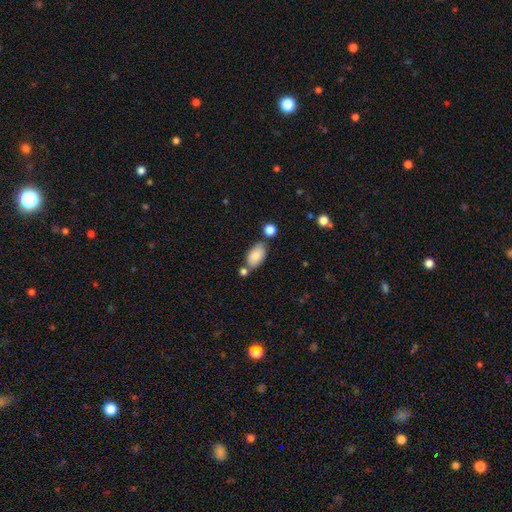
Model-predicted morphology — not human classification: smooth-or-featured: smooth: 83% | featured or disk: 11% | star or artifact: 7%
  how-rounded: in between: 93% | round: 4% | cigar-shaped: 2%
  merging: none: 65% | minor disturbance: 16% | merger: 15% | major disturbance: 4%